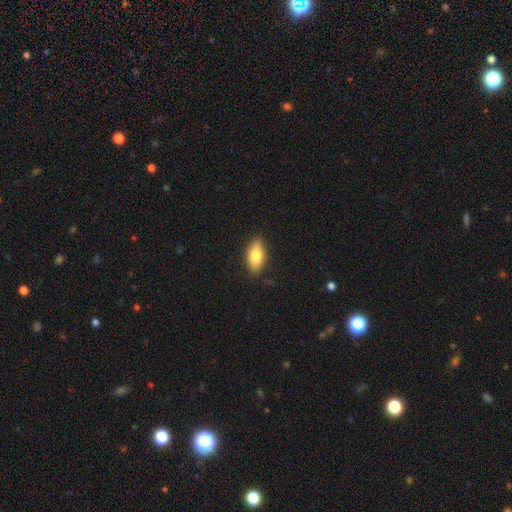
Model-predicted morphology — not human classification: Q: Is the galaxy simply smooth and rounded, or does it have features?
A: smooth — 78%.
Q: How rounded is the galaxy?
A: in between — 88%.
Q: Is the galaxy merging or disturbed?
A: none — 87%.